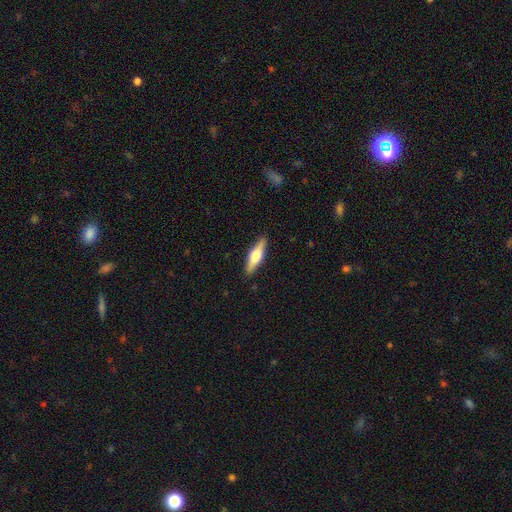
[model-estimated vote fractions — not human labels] smooth_or_featured: featured or disk (p=0.50) [alt: smooth p=0.44]
disk_edge_on: yes (p=0.94) [alt: no p=0.06]
merging: none (p=0.90) [alt: minor disturbance p=0.08]